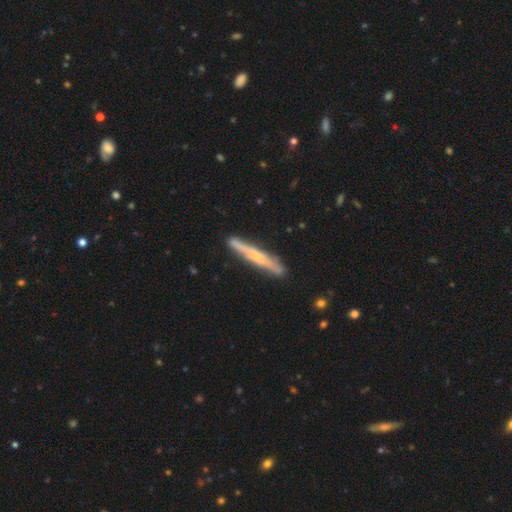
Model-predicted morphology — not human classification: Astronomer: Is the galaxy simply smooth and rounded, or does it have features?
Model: featured or disk — 60%.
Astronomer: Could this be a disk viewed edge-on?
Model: yes — 93%.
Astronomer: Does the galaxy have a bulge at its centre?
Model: rounded — 58% (runner-up: none, 35%).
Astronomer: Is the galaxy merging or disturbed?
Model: none — 86%.